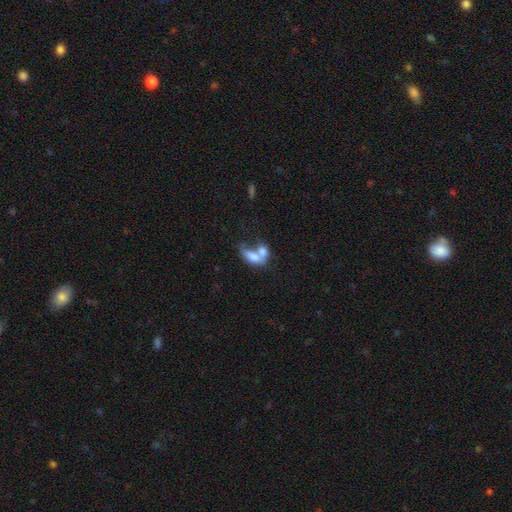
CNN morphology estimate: smooth 71%, featured or disk 21%, star or artifact 8%. Down the decision tree: how rounded — in between (86%); merging — merger (71%).